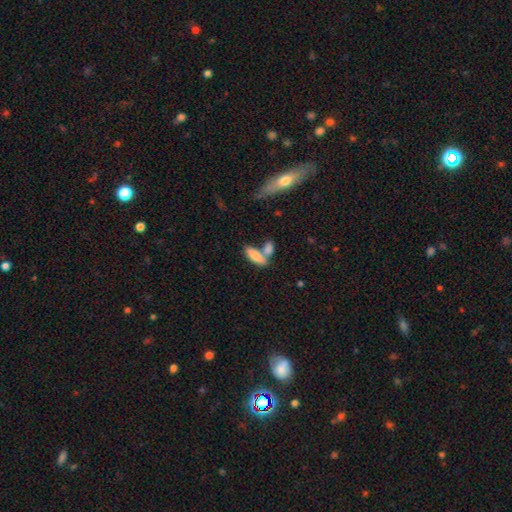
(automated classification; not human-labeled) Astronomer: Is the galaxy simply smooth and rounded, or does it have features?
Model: smooth — 80%.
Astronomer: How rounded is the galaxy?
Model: in between — 64%.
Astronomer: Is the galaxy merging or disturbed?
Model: merger — 45% (runner-up: none, 40%).